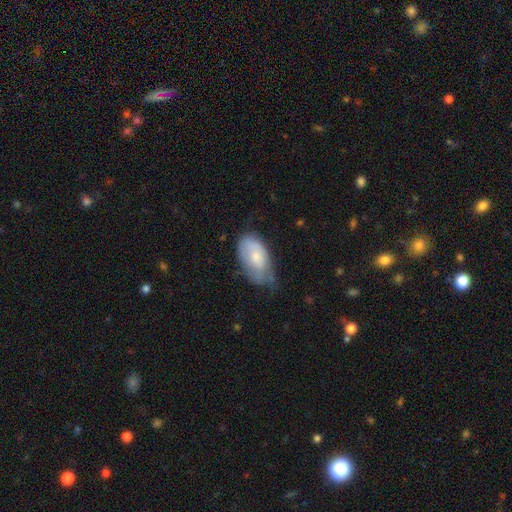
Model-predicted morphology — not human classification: This is likely a smooth galaxy (64%). How rounded: clearly in between (94%). Merging: marginally minor disturbance (44%).